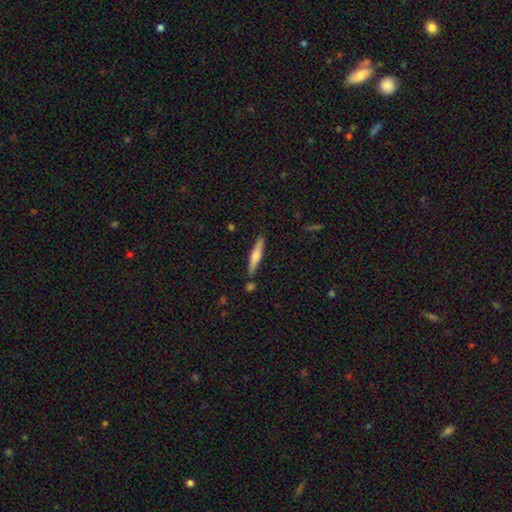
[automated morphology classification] type=smooth (49%); merging=none (84%).